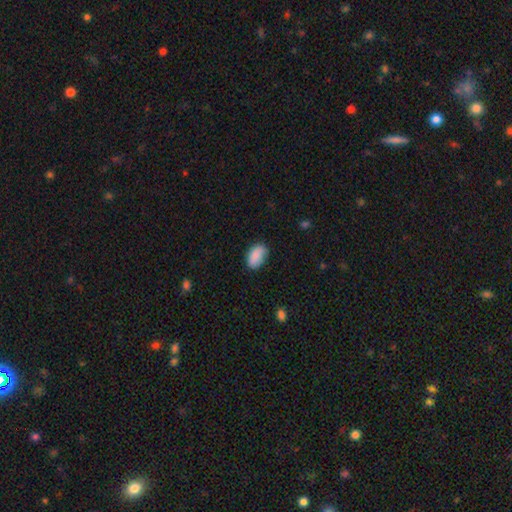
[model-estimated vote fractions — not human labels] Q: Smooth or featured?
A: smooth (89%); runner-up: star or artifact (7%)
Q: How rounded?
A: in between (92%); runner-up: round (6%)
Q: Merging?
A: none (79%); runner-up: minor disturbance (17%)